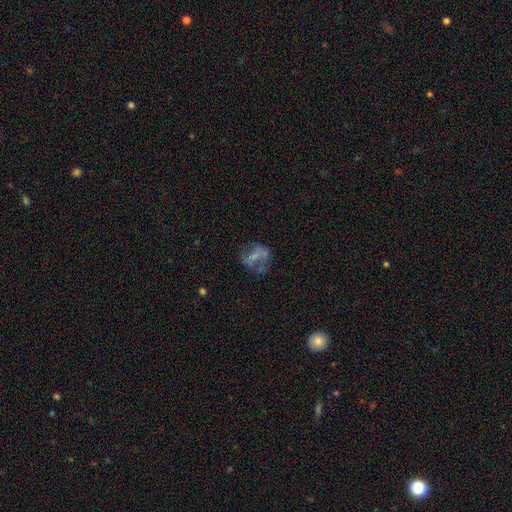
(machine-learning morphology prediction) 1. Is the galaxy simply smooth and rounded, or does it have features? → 49% featured or disk, 37% smooth, 13% star or artifact.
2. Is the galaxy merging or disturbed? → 45% none, 28% major disturbance, 20% minor disturbance, 6% merger.